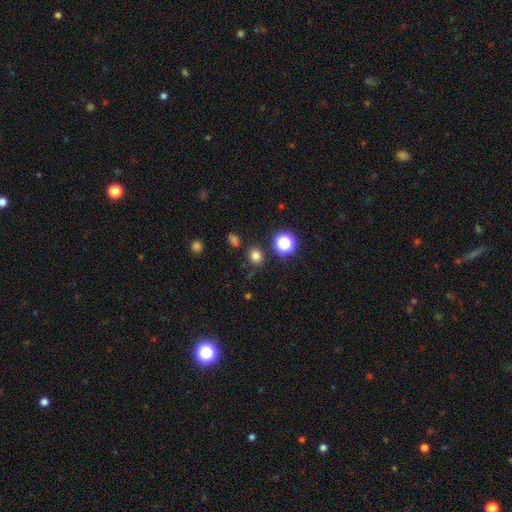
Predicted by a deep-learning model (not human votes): Smooth or featured?
  - smooth: 76% *
  - star or artifact: 19%
  - featured or disk: 5%
How rounded?
  - round: 72% *
  - in between: 27%
  - cigar-shaped: 1%
Merging?
  - none: 83% *
  - minor disturbance: 10%
  - merger: 4%
  - major disturbance: 3%